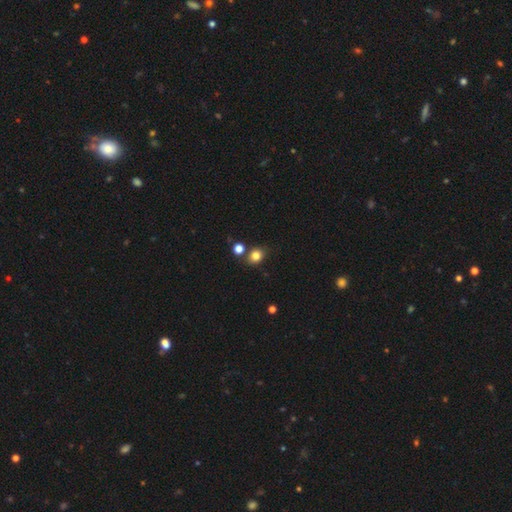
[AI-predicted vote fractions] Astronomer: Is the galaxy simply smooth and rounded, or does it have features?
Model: smooth — 82%.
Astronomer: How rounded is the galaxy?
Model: round — 61% (runner-up: in between, 38%).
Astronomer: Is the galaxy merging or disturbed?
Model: none — 73%.